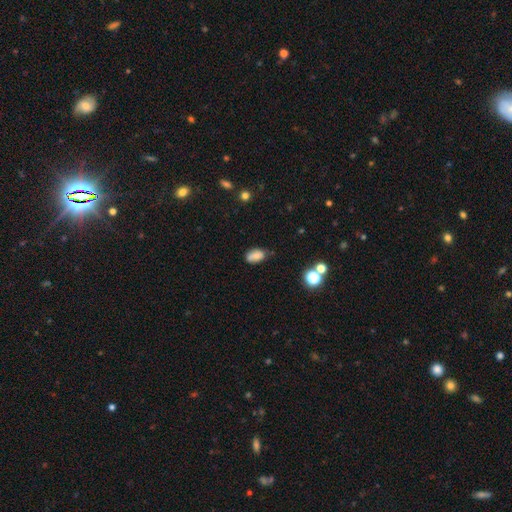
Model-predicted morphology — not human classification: Smooth or featured? Predicted: smooth (p=0.72). How rounded? Predicted: in between (p=0.86). Merging? Predicted: none (p=0.64).